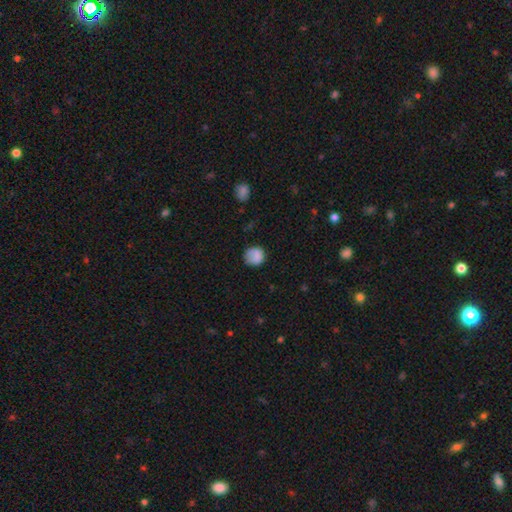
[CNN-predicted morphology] A smooth galaxy with no disk features (83%) that is round (85%). Merging: none (71%).